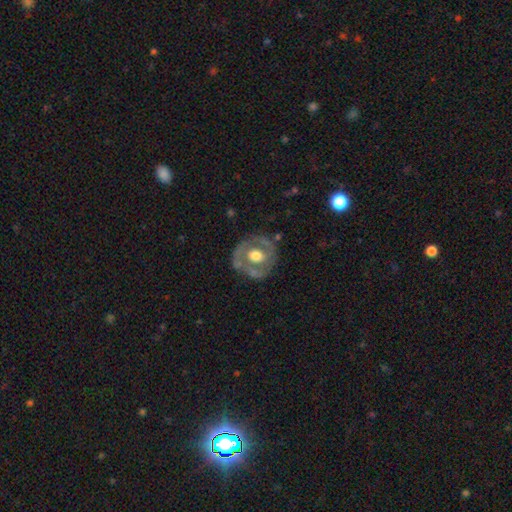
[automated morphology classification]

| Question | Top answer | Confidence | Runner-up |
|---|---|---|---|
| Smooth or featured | featured or disk | 64% | smooth (31%) |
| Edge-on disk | no | 96% | yes (4%) |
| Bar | no | 76% | weak (18%) |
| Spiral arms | no | 68% | yes (32%) |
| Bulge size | moderate | 58% | large (35%) |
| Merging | none | 71% | minor disturbance (19%) |